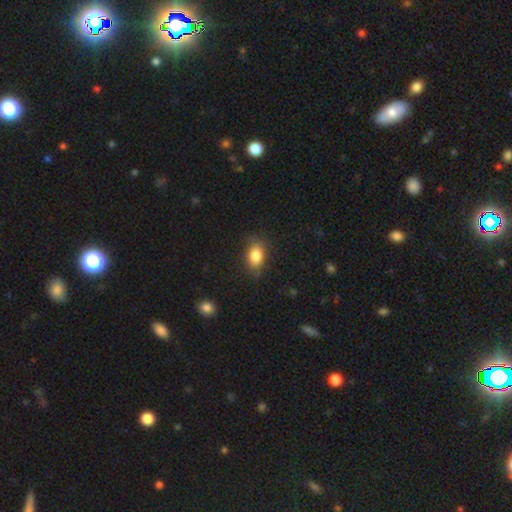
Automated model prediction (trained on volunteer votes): The model was most divided on "merging": none: 76%, minor disturbance: 18%, major disturbance: 5%, merger: 1%. More confident: smooth or featured — smooth (84%); how rounded — in between (82%).